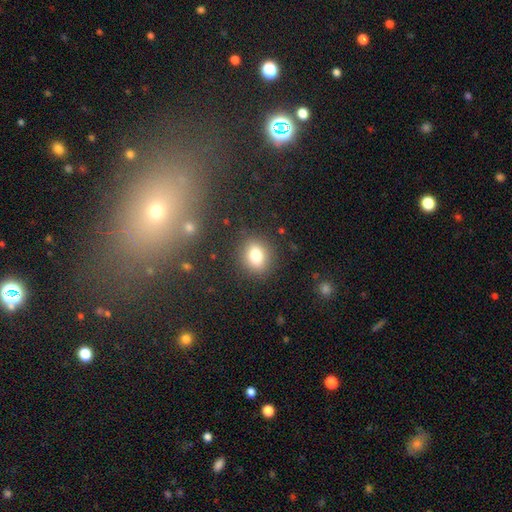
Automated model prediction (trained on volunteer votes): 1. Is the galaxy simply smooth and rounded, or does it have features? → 80% smooth, 11% star or artifact, 9% featured or disk.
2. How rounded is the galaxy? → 57% round, 42% in between, 1% cigar-shaped.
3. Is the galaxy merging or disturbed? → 85% none, 9% minor disturbance, 3% major disturbance, 2% merger.